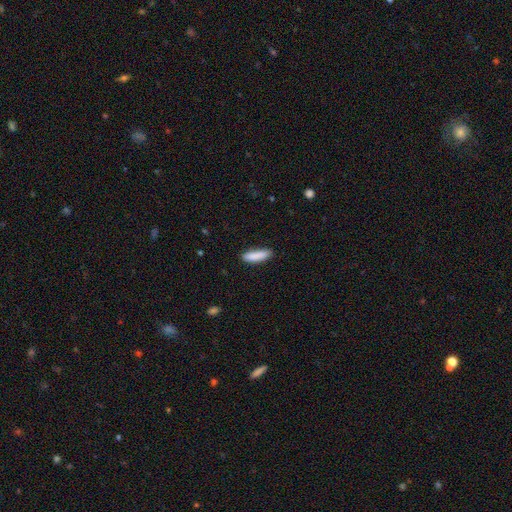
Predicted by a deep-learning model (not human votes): A smooth galaxy with no disk features (88%) that is cigar-shaped (60%). Merging: none (83%).